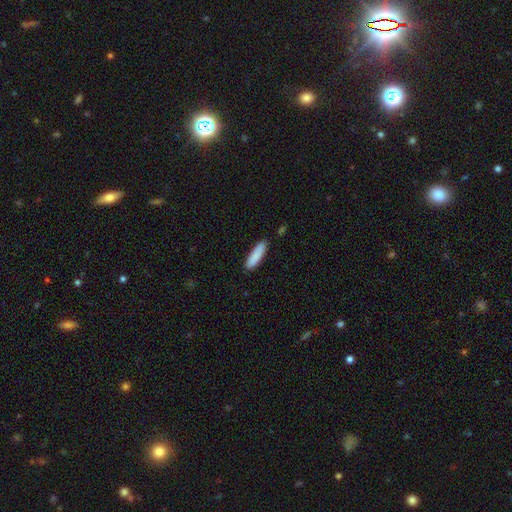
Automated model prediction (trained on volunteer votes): The model was most divided on "how rounded": cigar-shaped: 70%, in between: 28%, round: 1%. More confident: smooth or featured — smooth (88%); merging — none (86%).